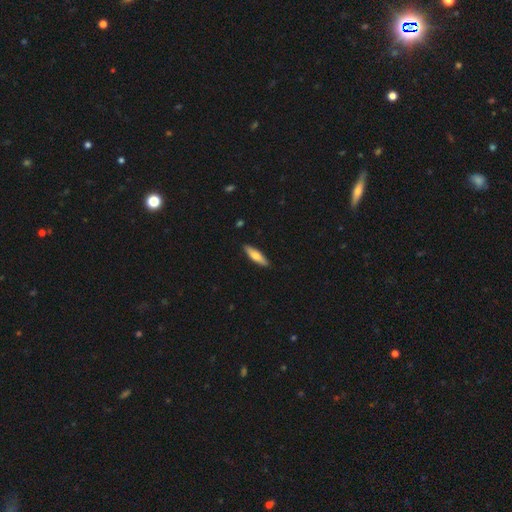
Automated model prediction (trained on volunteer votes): Morphology: type=smooth (66%); roundness=cigar-shaped (66%); merging=none (89%).